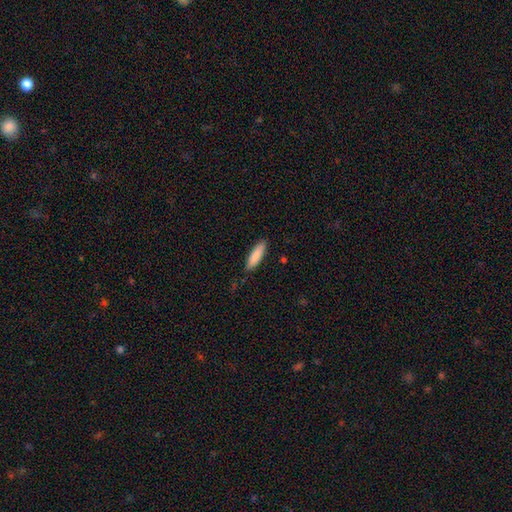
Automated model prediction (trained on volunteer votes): Morphology: type=smooth (87%); roundness=cigar-shaped (67%); merging=none (86%).